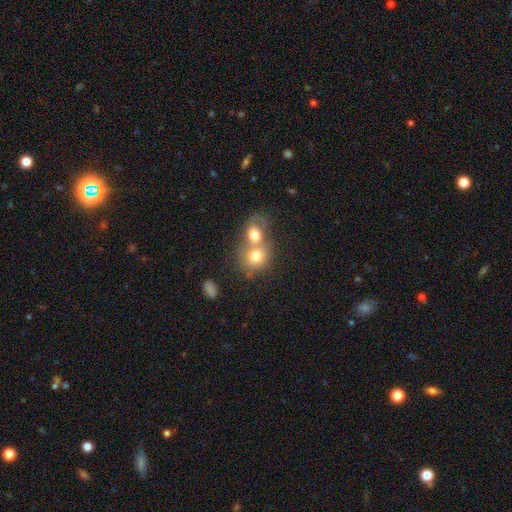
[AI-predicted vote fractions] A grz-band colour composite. It shows a smooth galaxy with no disk features (71%) that is round (69%). Merging: merger (65%).